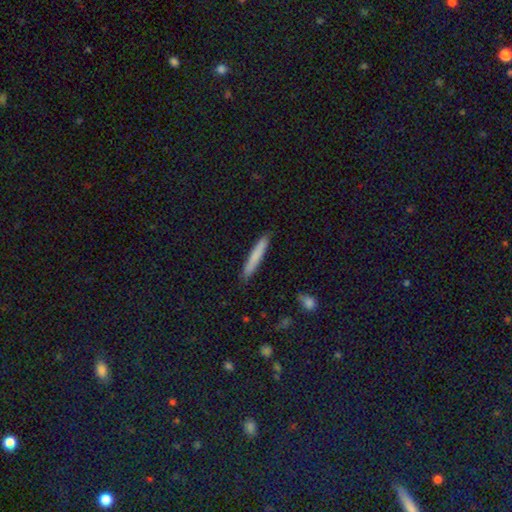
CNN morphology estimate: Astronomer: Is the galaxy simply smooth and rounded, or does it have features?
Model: smooth — 77%.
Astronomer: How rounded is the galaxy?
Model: cigar-shaped — 95%.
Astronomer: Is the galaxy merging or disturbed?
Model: none — 89%.